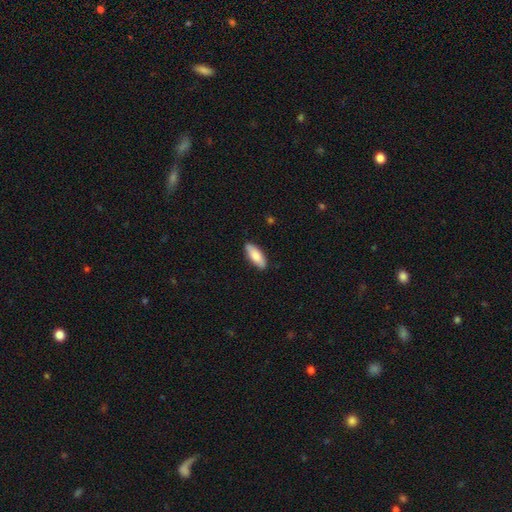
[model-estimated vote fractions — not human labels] This is clearly a smooth galaxy (81%). How rounded: likely in between (72%). Merging: clearly none (87%).